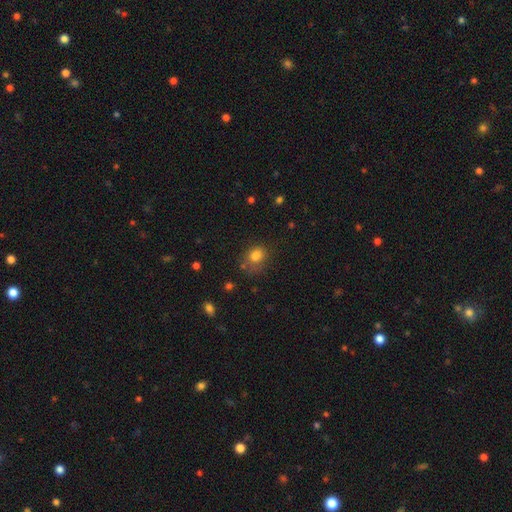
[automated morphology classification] This appears to be a smooth galaxy with no disk features (80%) that is in between round and cigar-shaped (54%). Merging: none (59%).